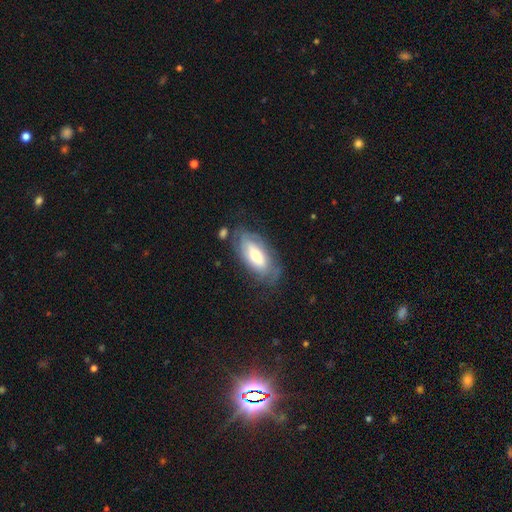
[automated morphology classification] The model was most divided on "smooth or featured": featured or disk: 51%, smooth: 42%, star or artifact: 7%. More confident: edge-on disk — no (83%); merging — none (67%).